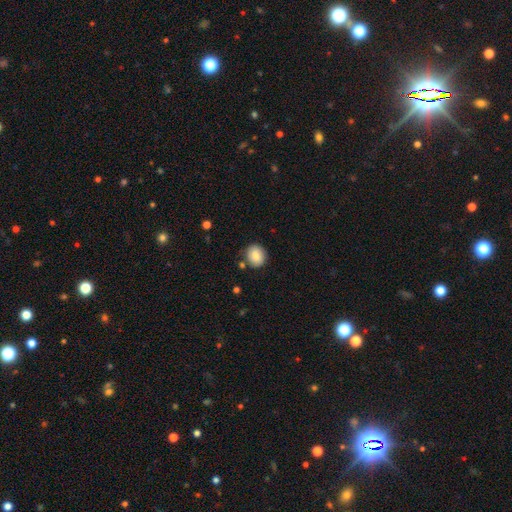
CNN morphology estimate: Q: Smooth or featured?
A: smooth (85%); runner-up: star or artifact (8%)
Q: How rounded?
A: round (72%); runner-up: in between (27%)
Q: Merging?
A: none (82%); runner-up: minor disturbance (12%)